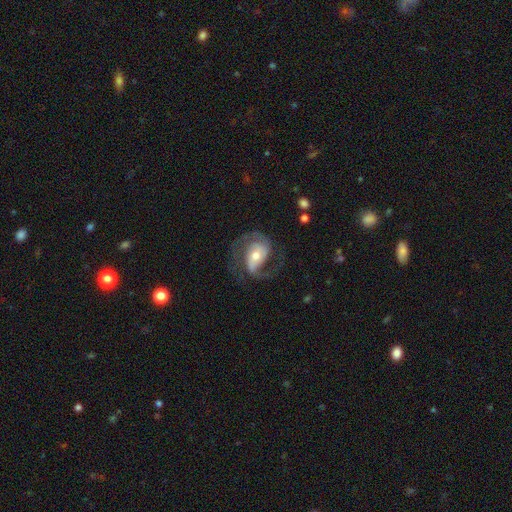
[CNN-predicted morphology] featured or disk 86%, smooth 9%, star or artifact 5%. Down the decision tree: edge-on disk — no (97%); bar — no (39%); spiral arms — yes (96%); spiral arm count — 2 (88%); spiral winding — medium (54%); bulge size — moderate (58%); merging — none (69%).